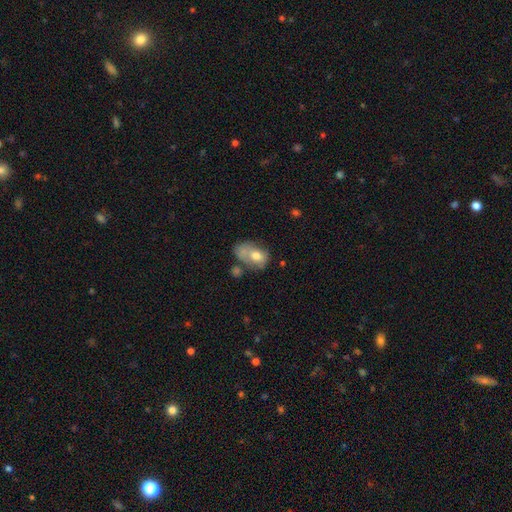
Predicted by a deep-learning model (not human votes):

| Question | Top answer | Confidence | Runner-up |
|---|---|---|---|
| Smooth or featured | smooth | 66% | featured or disk (26%) |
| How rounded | in between | 80% | round (18%) |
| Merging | none | 28% | merger (26%) |